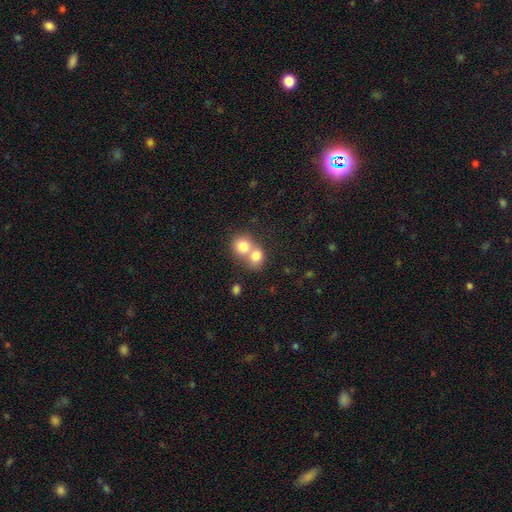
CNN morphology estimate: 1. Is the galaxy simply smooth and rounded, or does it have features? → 77% smooth, 13% featured or disk, 9% star or artifact.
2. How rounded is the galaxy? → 70% round, 29% in between, 1% cigar-shaped.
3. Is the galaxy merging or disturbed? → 69% merger, 25% none, 5% minor disturbance, 2% major disturbance.